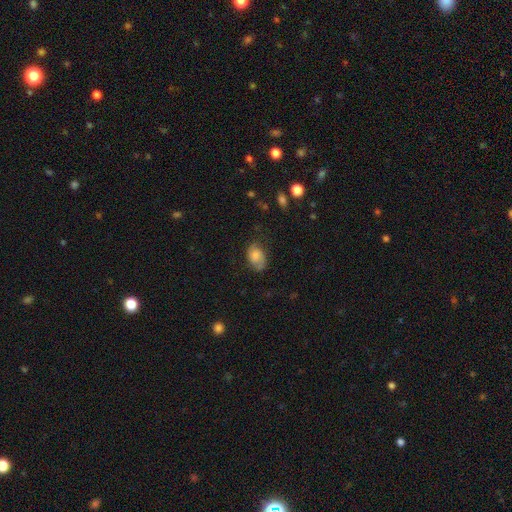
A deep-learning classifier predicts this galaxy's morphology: smooth-or-featured: smooth: 59% | featured or disk: 32% | star or artifact: 9%
  how-rounded: in between: 84% | round: 15% | cigar-shaped: 1%
  merging: none: 59% | minor disturbance: 28% | major disturbance: 12% | merger: 2%